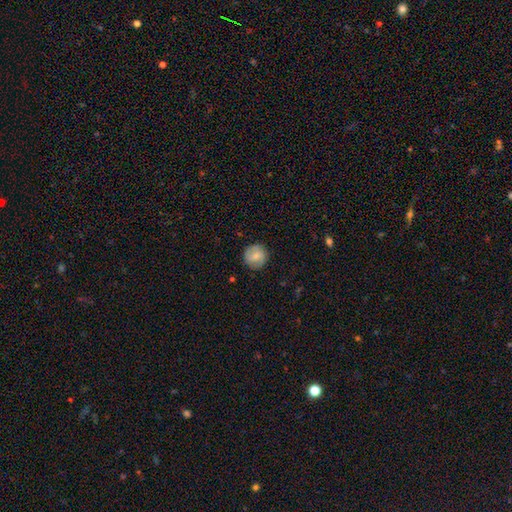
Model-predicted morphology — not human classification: smooth-or-featured: smooth: 63% | featured or disk: 30% | star or artifact: 7%
  how-rounded: round: 92% | in between: 7% | cigar-shaped: 1%
  merging: none: 85% | minor disturbance: 11% | major disturbance: 3% | merger: 1%